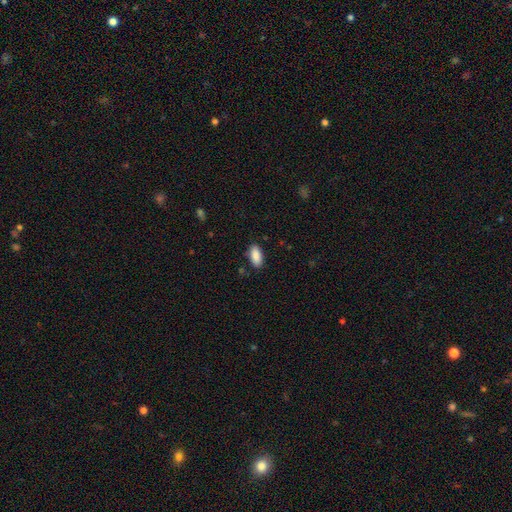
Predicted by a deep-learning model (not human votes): Smooth or featured: smooth — 90% (star or artifact — 7%)
How rounded: in between — 92% (cigar-shaped — 6%)
Merging: none — 86% (minor disturbance — 11%)